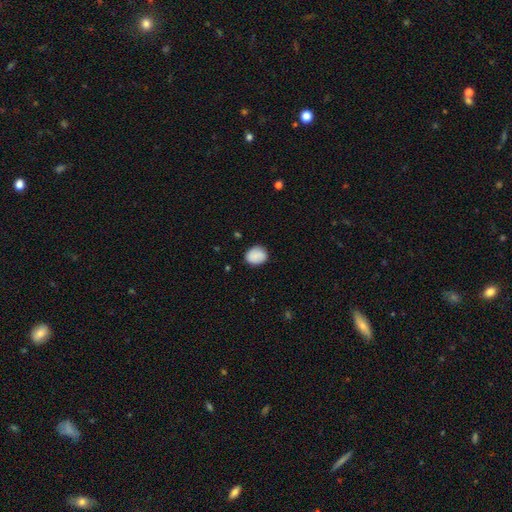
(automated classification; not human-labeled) smooth 85%, featured or disk 8%, star or artifact 7%. Down the decision tree: how rounded — round (60%); merging — none (83%).